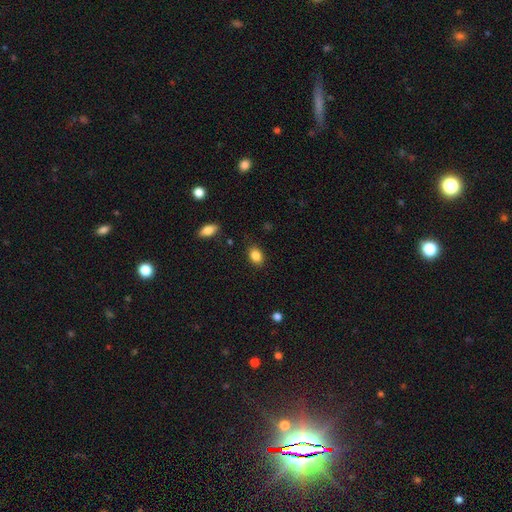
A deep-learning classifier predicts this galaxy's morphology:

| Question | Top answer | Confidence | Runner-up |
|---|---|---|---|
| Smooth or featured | smooth | 85% | star or artifact (9%) |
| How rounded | in between | 76% | round (23%) |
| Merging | none | 85% | minor disturbance (11%) |